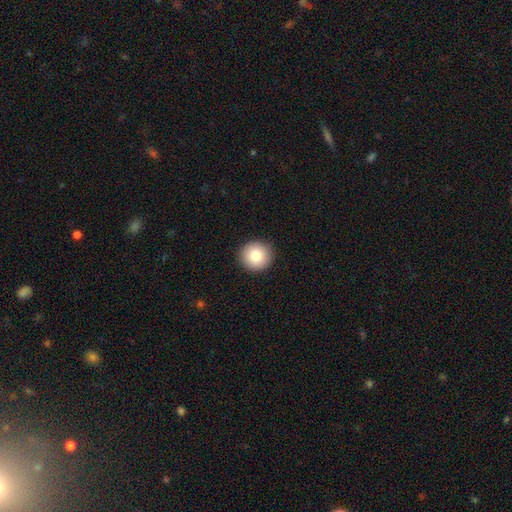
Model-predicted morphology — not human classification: This is clearly a smooth galaxy (82%). How rounded: clearly round (93%). Merging: clearly none (92%).